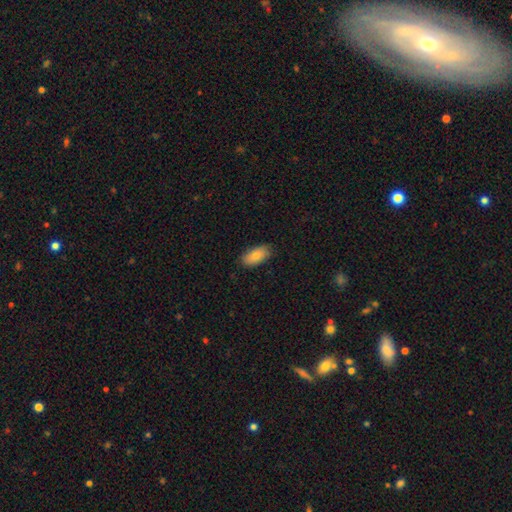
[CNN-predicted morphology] Smooth or featured? smooth (81%)
How rounded? in between (93%)
Merging? none (85%)